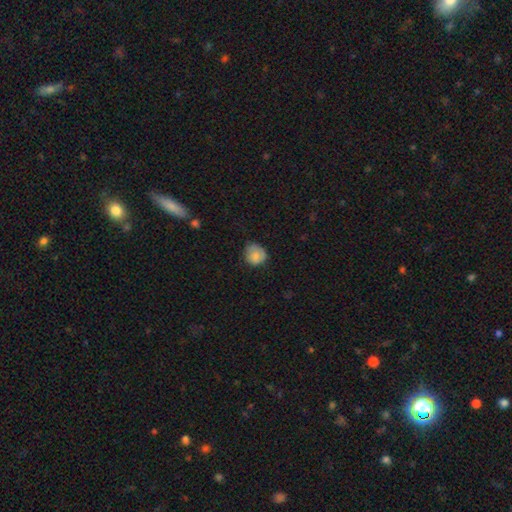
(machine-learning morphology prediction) This appears to be a smooth galaxy with no disk features (80%) that is round (81%). Merging: none (63%).